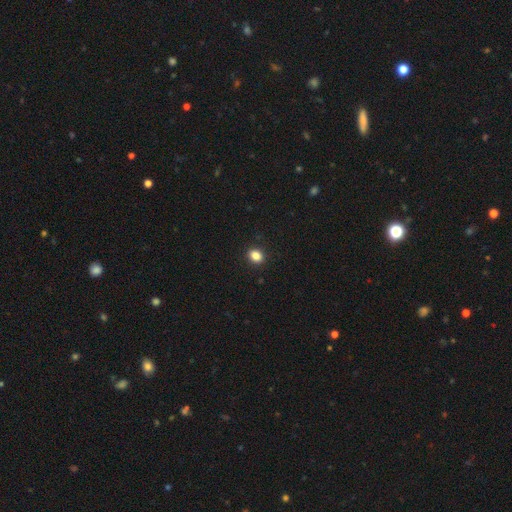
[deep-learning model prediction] A smooth galaxy with no disk features (85%) that is round (59%).

Vote fractions:
- Smooth or featured? smooth: 85% / star or artifact: 11% / featured or disk: 4%
- How rounded? round: 59% / in between: 40% / cigar-shaped: 1%
- Merging? none: 92% / minor disturbance: 6% / major disturbance: 2% / merger: 1%